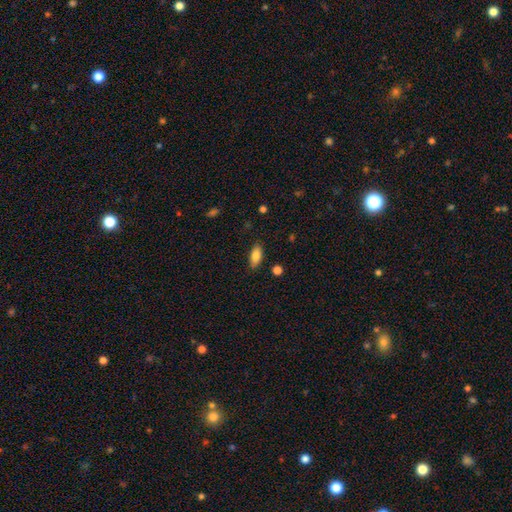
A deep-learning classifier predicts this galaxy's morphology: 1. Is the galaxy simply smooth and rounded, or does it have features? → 84% smooth, 9% featured or disk, 7% star or artifact.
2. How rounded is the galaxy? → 84% in between, 13% cigar-shaped, 3% round.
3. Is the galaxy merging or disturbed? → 85% none, 11% minor disturbance, 2% major disturbance, 2% merger.